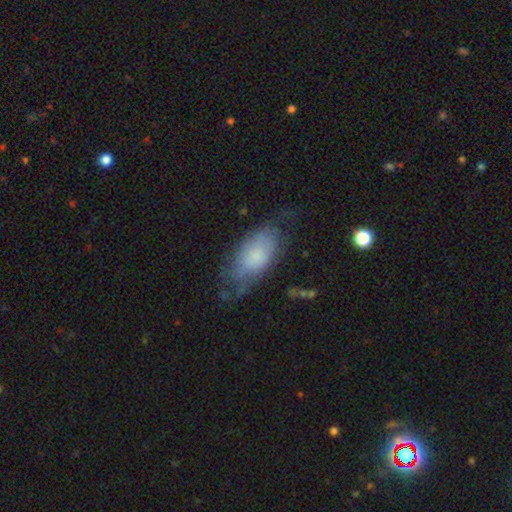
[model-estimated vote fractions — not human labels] A smooth galaxy with no disk features (62%) that is in between round and cigar-shaped (90%).

Vote fractions:
- Smooth or featured? smooth: 62% / featured or disk: 31% / star or artifact: 7%
- How rounded? in between: 90% / cigar-shaped: 7% / round: 3%
- Merging? none: 49% / minor disturbance: 31% / major disturbance: 18% / merger: 2%